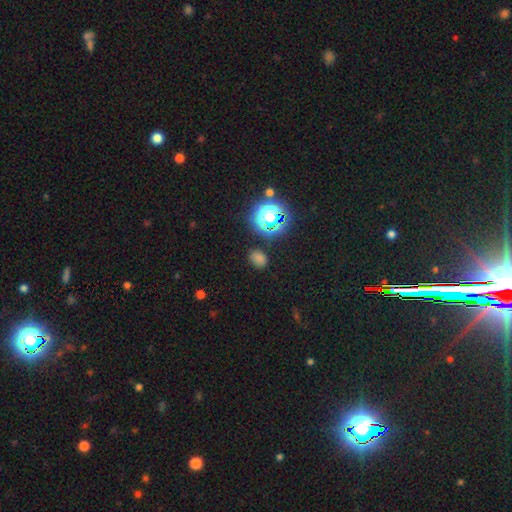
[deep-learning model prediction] The model was most divided on "how rounded": in between: 50%, round: 48%, cigar-shaped: 2%. More confident: merging — none (82%); smooth or featured — smooth (56%).